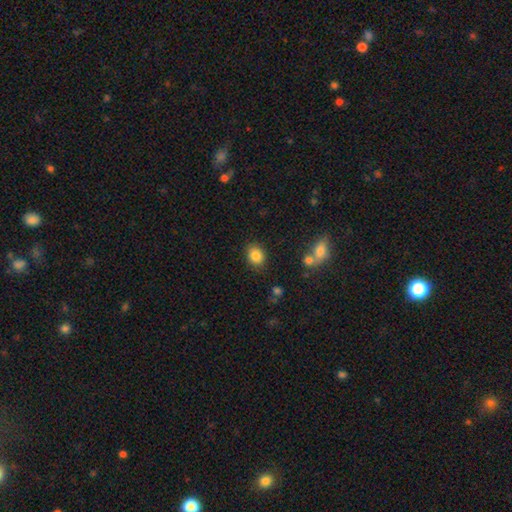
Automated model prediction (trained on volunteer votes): smooth 85%, star or artifact 9%, featured or disk 6%. Down the decision tree: how rounded — round (50%); merging — none (84%).